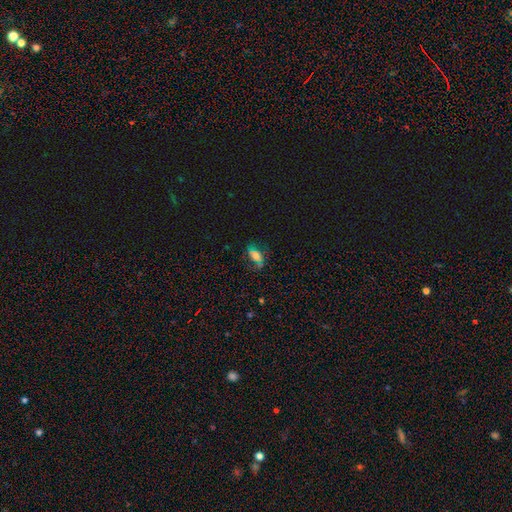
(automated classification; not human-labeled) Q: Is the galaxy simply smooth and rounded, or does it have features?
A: smooth — 51%.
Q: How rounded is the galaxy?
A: in between — 81%.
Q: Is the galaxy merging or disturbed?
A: none — 62%.